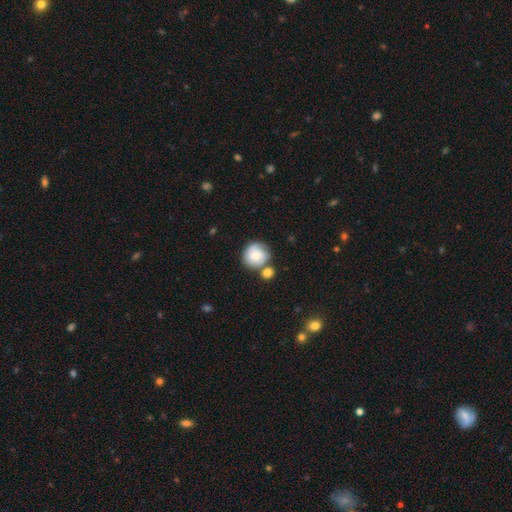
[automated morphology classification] smooth-or-featured: smooth: 68% | featured or disk: 24% | star or artifact: 8%
  how-rounded: round: 87% | in between: 12% | cigar-shaped: 1%
  merging: none: 52% | merger: 24% | minor disturbance: 18% | major disturbance: 6%